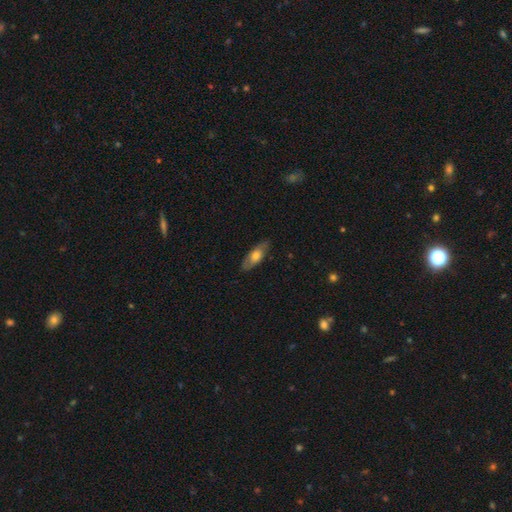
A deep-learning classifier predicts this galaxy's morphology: smooth_or_featured: smooth (p=0.59) [alt: featured or disk p=0.35]
how_rounded: in between (p=0.75) [alt: cigar-shaped p=0.22]
merging: none (p=0.82) [alt: minor disturbance p=0.14]